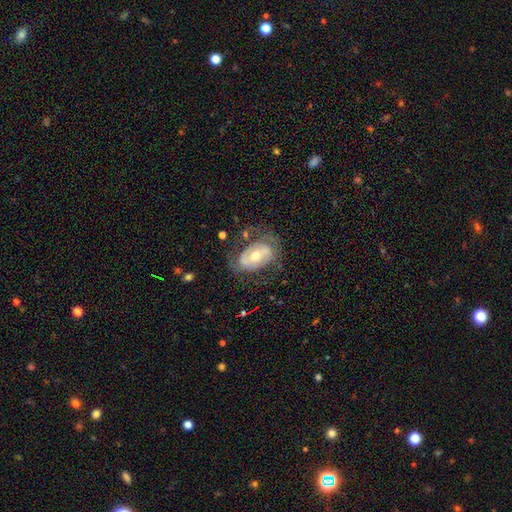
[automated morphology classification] A featured or disk galaxy (64%) with no bar (47%), spiral arms (64%) and a moderate central bulge (60%).

Vote fractions:
- Smooth or featured? featured or disk: 64% / smooth: 29% / star or artifact: 7%
- Edge-on disk? no: 94% / yes: 6%
- Bar? no: 47% / weak: 34% / strong: 19%
- Spiral arms? yes: 64% / no: 36%
- Bulge size? moderate: 60% / small: 34% / large: 4% / none: 1% / dominant: 1%
- Merging? none: 59% / minor disturbance: 22% / major disturbance: 17% / merger: 2%